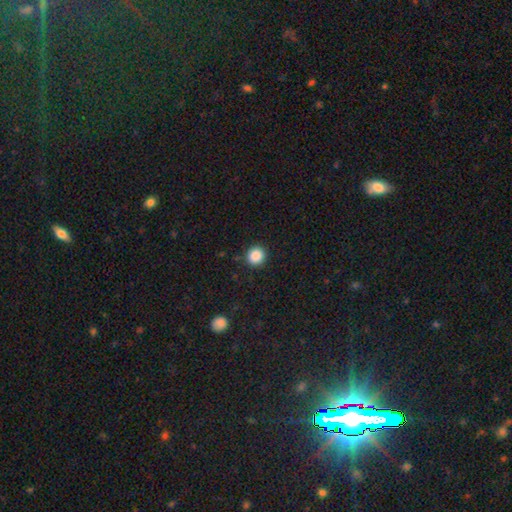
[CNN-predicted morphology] Smooth or featured?
  - smooth: 87% *
  - star or artifact: 10%
  - featured or disk: 3%
How rounded?
  - round: 89% *
  - in between: 11%
  - cigar-shaped: 1%
Merging?
  - none: 90% *
  - minor disturbance: 6%
  - major disturbance: 2%
  - merger: 1%